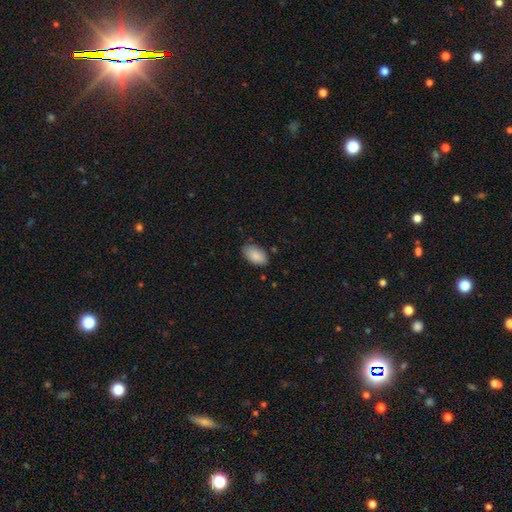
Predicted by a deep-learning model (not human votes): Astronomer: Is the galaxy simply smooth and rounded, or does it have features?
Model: smooth — 88%.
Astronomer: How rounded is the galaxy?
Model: in between — 95%.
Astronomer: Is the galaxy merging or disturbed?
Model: none — 81%.